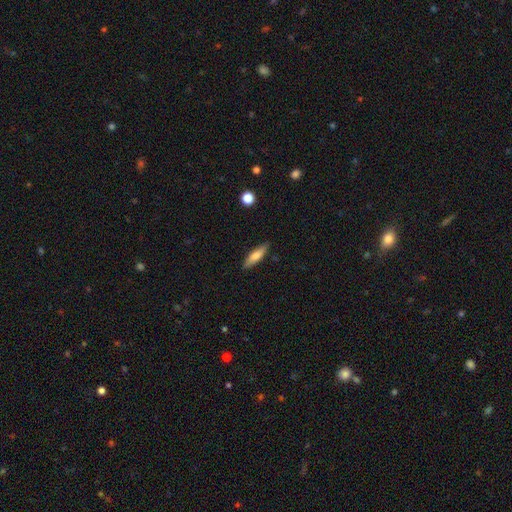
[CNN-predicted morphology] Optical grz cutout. It shows a smooth galaxy with no disk features (71%) that is cigar-shaped (67%). Merging: none (86%).